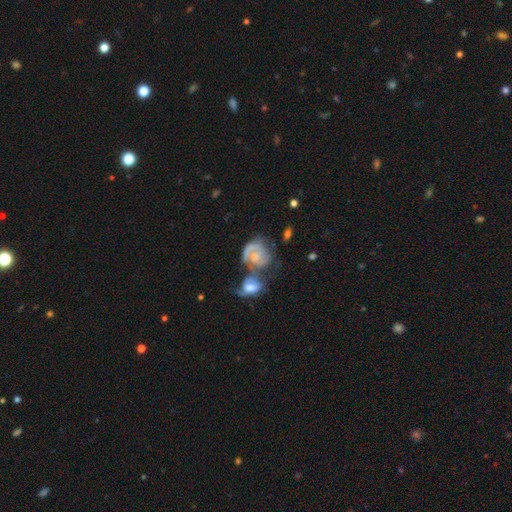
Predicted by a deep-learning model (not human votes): Smooth or featured? Predicted: featured or disk (p=0.74). Edge-on disk? Predicted: no (p=0.98). Bar? Predicted: no (p=0.71). Spiral arms? Predicted: yes (p=0.86). Spiral winding? Predicted: tight (p=0.50). Spiral arm count? Predicted: 2 (p=0.41). Bulge size? Predicted: small (p=0.31, tied with moderate). Merging? Predicted: merger (p=0.50).